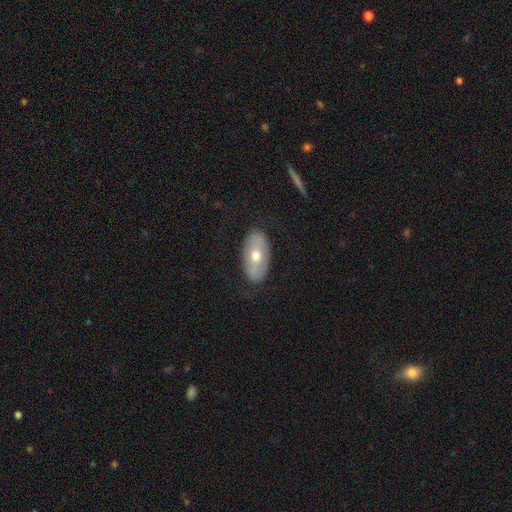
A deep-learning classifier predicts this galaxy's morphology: A smooth galaxy with no disk features (54%) that is in between round and cigar-shaped (92%).

Vote fractions:
- Smooth or featured? smooth: 54% / featured or disk: 40% / star or artifact: 6%
- How rounded? in between: 92% / round: 5% / cigar-shaped: 3%
- Merging? none: 81% / minor disturbance: 14% / major disturbance: 4% / merger: 1%